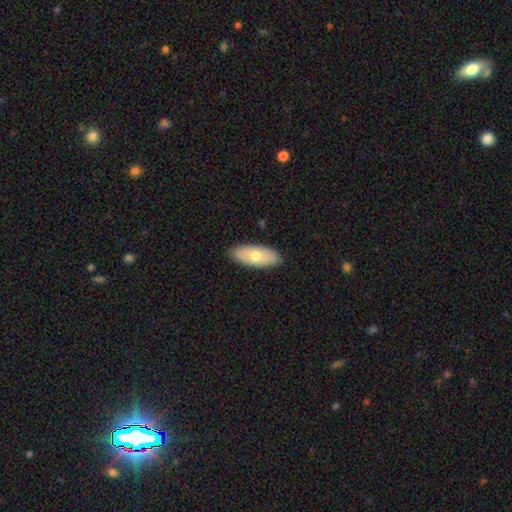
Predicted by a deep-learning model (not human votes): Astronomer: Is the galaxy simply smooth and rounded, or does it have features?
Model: smooth — 64%.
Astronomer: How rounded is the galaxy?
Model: in between — 85%.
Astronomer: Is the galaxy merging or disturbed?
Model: none — 87%.